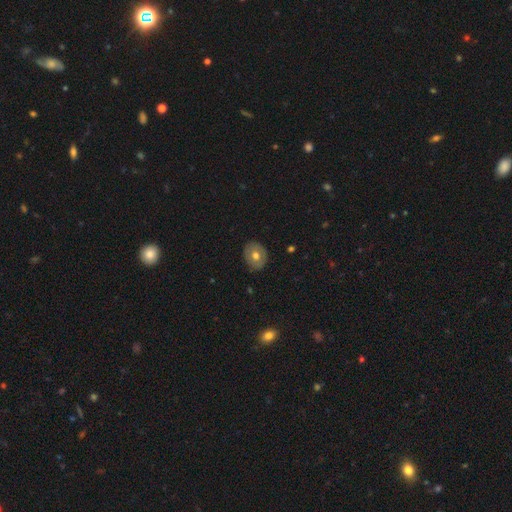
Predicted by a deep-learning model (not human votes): Smooth or featured?
  - smooth: 58% *
  - featured or disk: 35%
  - star or artifact: 7%
How rounded?
  - round: 61% *
  - in between: 38%
  - cigar-shaped: 1%
Merging?
  - none: 85% *
  - minor disturbance: 11%
  - major disturbance: 2%
  - merger: 1%